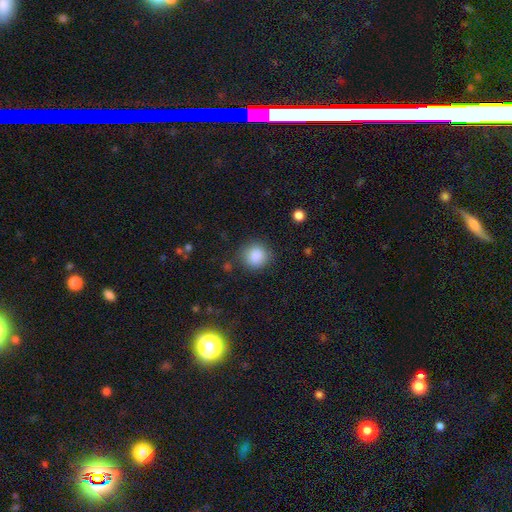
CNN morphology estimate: Smooth or featured: smooth — 87% (star or artifact — 9%)
How rounded: round — 89% (in between — 10%)
Merging: none — 83% (minor disturbance — 11%)